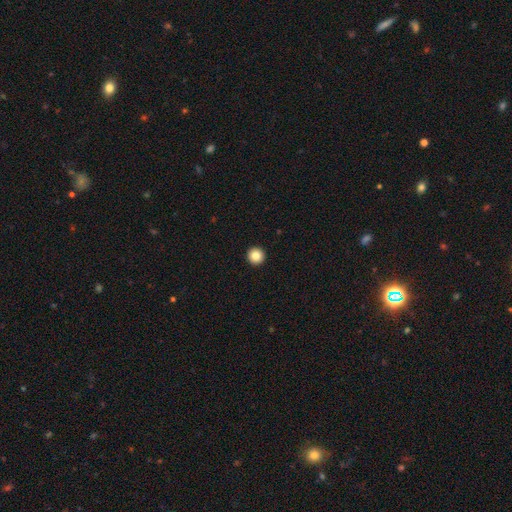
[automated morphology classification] A smooth galaxy with no disk features (85%) that is round (97%). Merging: none (95%).